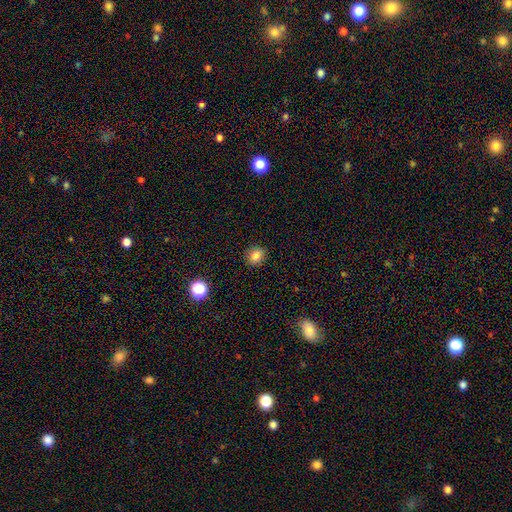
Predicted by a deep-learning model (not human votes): Q: Smooth or featured?
A: smooth (82%); runner-up: star or artifact (12%)
Q: How rounded?
A: round (73%); runner-up: in between (26%)
Q: Merging?
A: none (90%); runner-up: minor disturbance (7%)